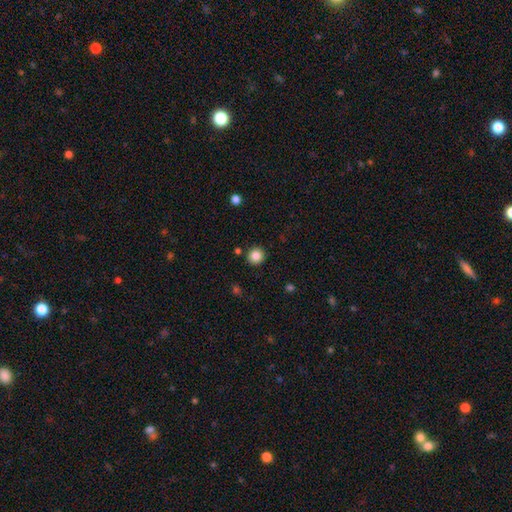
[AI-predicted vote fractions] Overall: smooth (85%). How rounded: round (94%). Merging: none (91%).